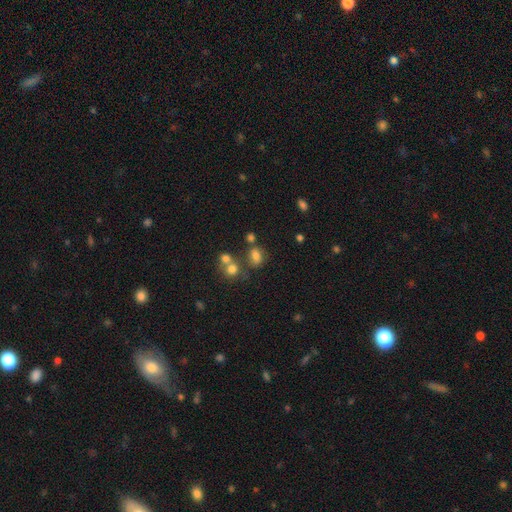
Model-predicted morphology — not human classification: smooth-or-featured: smooth: 73% | star or artifact: 17% | featured or disk: 10%
  how-rounded: in between: 70% | round: 28% | cigar-shaped: 2%
  merging: none: 55% | merger: 22% | minor disturbance: 16% | major disturbance: 7%